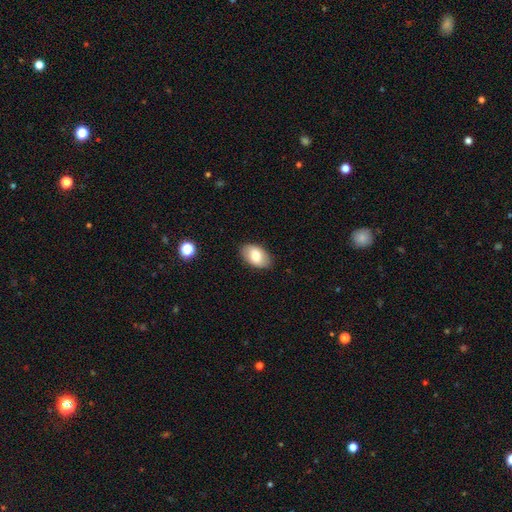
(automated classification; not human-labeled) Smooth or featured? smooth (77%)
How rounded? in between (92%)
Merging? none (86%)